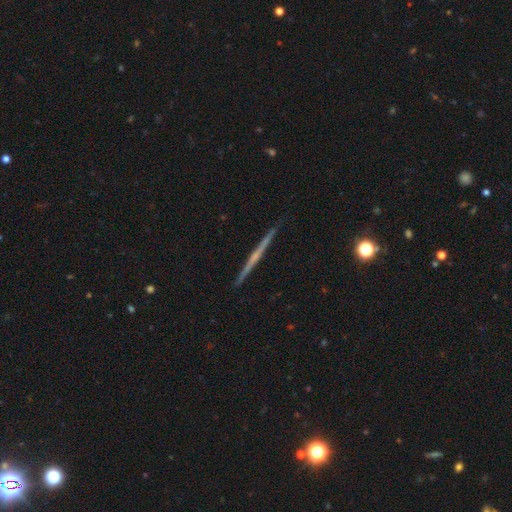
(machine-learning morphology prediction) Smooth or featured?
  - featured or disk: 74% *
  - smooth: 20%
  - star or artifact: 6%
Edge-on disk?
  - yes: 98% *
  - no: 2%
Edge-on bulge?
  - none: 58% *
  - rounded: 35%
  - boxy: 7%
Merging?
  - none: 92% *
  - minor disturbance: 5%
  - merger: 1%
  - major disturbance: 1%